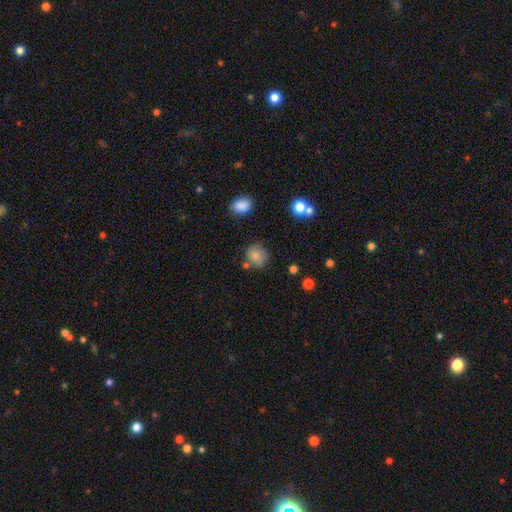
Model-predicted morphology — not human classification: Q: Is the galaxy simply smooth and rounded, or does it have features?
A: smooth — 81%.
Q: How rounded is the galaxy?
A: round — 80%.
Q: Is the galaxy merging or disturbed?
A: none — 71%.